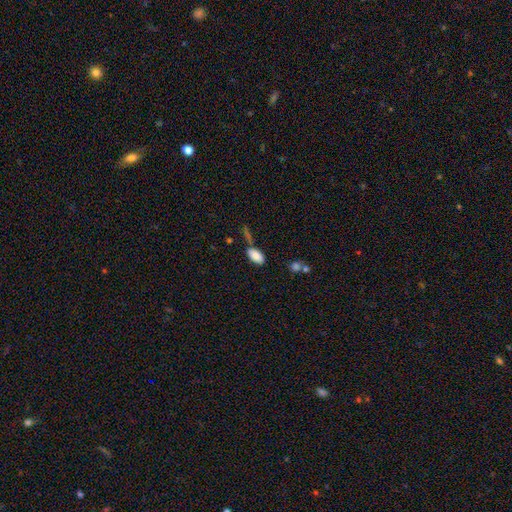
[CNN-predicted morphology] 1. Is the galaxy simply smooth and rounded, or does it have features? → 85% smooth, 8% featured or disk, 8% star or artifact.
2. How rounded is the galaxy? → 94% in between, 3% cigar-shaped, 3% round.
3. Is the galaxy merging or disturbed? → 58% none, 20% minor disturbance, 14% merger, 8% major disturbance.